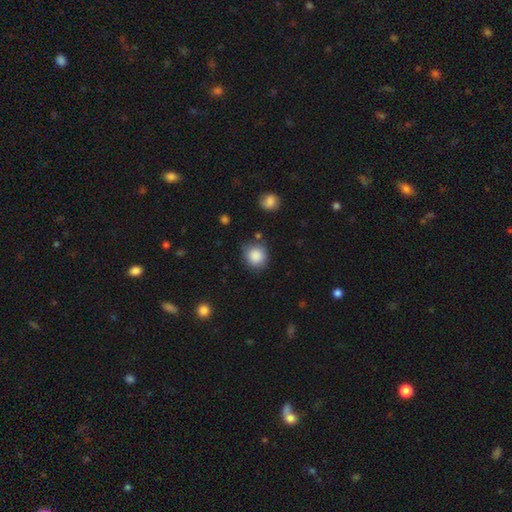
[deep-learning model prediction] Smooth or featured? smooth (87%)
How rounded? round (85%)
Merging? none (77%)